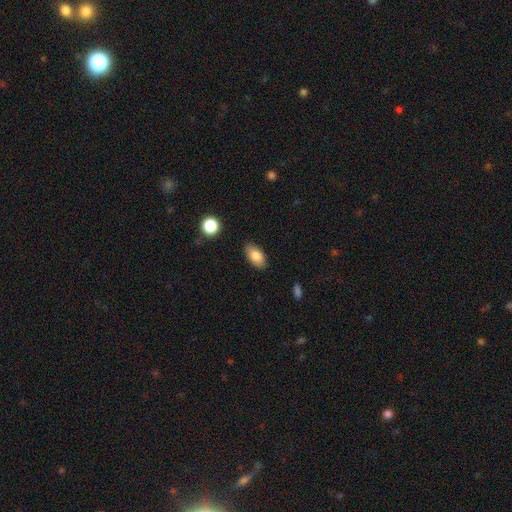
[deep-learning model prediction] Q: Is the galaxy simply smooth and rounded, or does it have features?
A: smooth — 82%.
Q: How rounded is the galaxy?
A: in between — 92%.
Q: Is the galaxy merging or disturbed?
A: none — 85%.